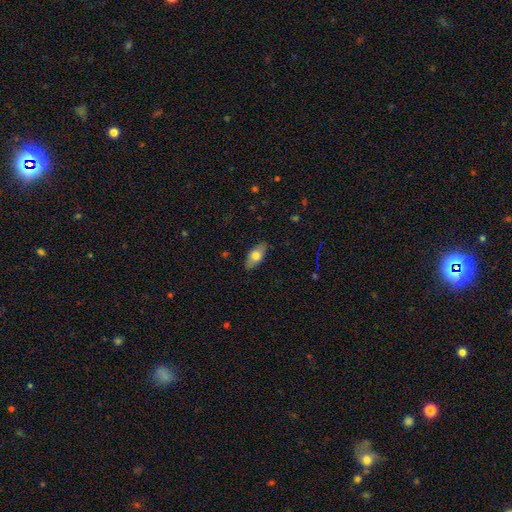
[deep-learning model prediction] Overall: smooth (68%). How rounded: in between (87%). Merging: none (85%).